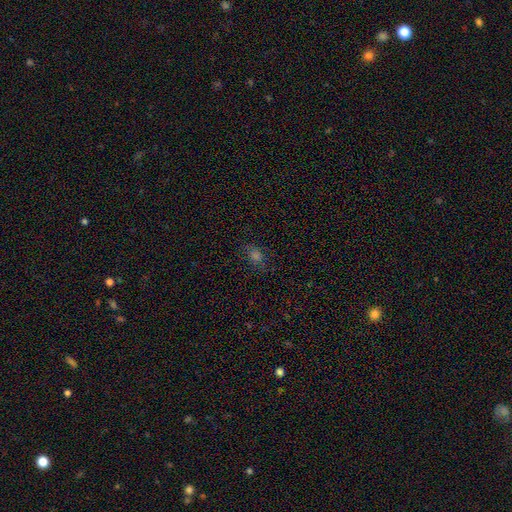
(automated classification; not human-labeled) Overall: smooth (57%; star or artifact 32%). How rounded: in between (57%; round 41%). Merging: none (75%).